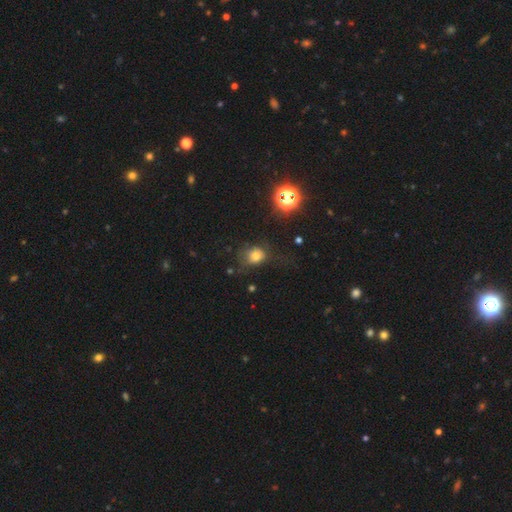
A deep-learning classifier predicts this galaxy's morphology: A smooth galaxy with no disk features (73%) that is round (62%).

Vote fractions:
- Smooth or featured? smooth: 73% / star or artifact: 16% / featured or disk: 10%
- How rounded? round: 62% / in between: 36% / cigar-shaped: 1%
- Merging? none: 52% / minor disturbance: 25% / major disturbance: 20% / merger: 3%